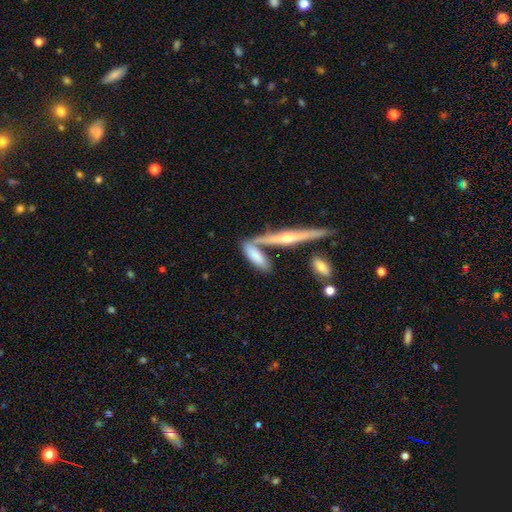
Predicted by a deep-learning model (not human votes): Smooth or featured: smooth — 67% (featured or disk — 27%)
How rounded: cigar-shaped — 56% (in between — 42%)
Merging: none — 51% (merger — 31%)